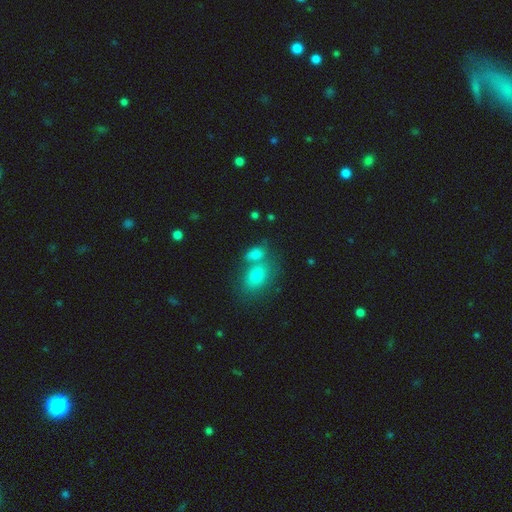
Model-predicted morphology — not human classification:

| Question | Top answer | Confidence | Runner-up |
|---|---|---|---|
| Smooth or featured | smooth | 70% | star or artifact (15%) |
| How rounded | in between | 74% | round (23%) |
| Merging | none | 46% | merger (40%) |